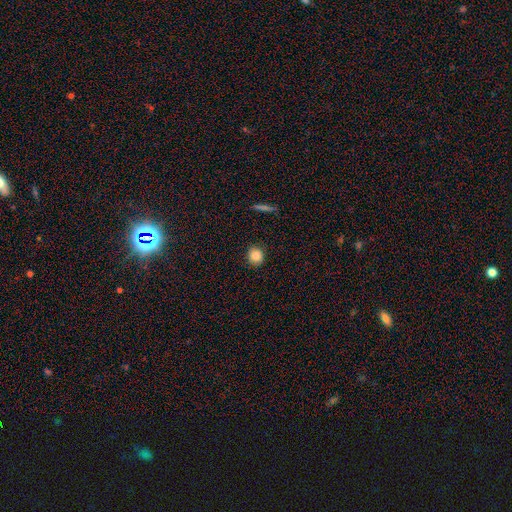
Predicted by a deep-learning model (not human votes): Smooth or featured? Predicted: smooth (p=0.85). How rounded? Predicted: round (p=0.86). Merging? Predicted: none (p=0.90).